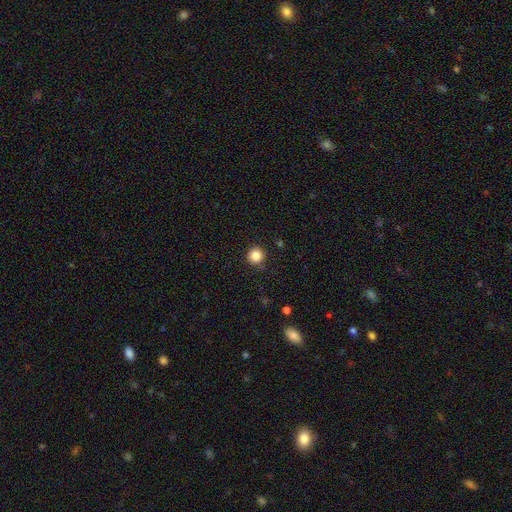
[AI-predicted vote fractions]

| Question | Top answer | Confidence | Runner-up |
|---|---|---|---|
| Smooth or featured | smooth | 85% | star or artifact (11%) |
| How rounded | round | 95% | in between (4%) |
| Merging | none | 91% | minor disturbance (6%) |